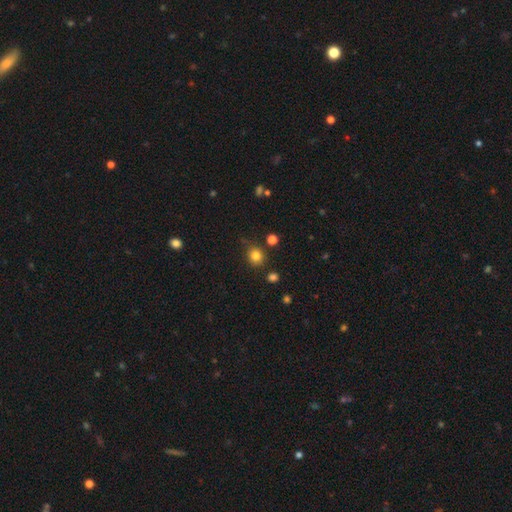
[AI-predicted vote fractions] smooth-or-featured: smooth: 82% | star or artifact: 13% | featured or disk: 5%
  how-rounded: round: 83% | in between: 16% | cigar-shaped: 1%
  merging: none: 81% | minor disturbance: 11% | merger: 5% | major disturbance: 3%